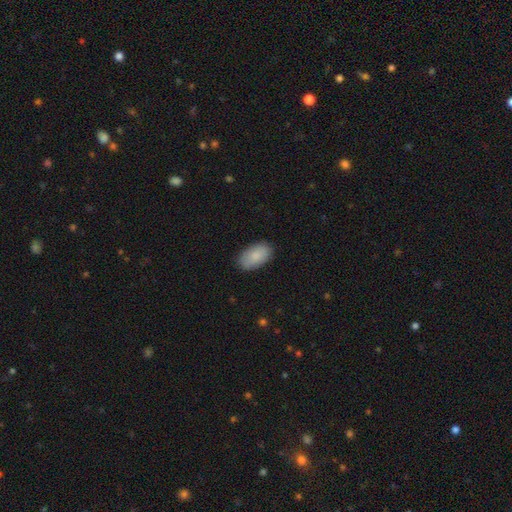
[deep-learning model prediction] smooth_or_featured: smooth (p=0.87) [alt: featured or disk p=0.07]
how_rounded: in between (p=0.94) [alt: round p=0.04]
merging: none (p=0.85) [alt: minor disturbance p=0.12]